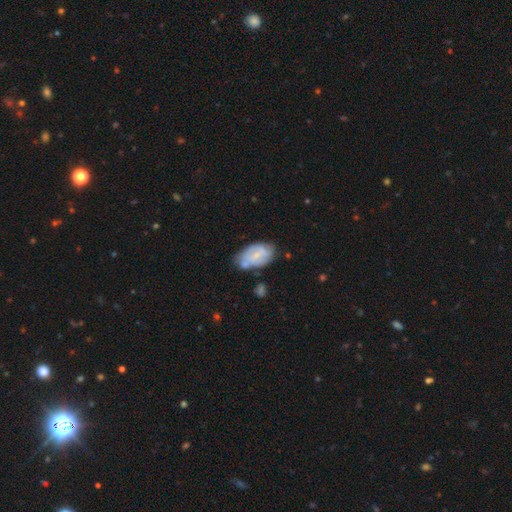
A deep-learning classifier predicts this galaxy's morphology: Smooth or featured?
  - smooth: 47% *
  - featured or disk: 45%
  - star or artifact: 7%
Merging?
  - none: 50% *
  - minor disturbance: 29%
  - merger: 13%
  - major disturbance: 9%